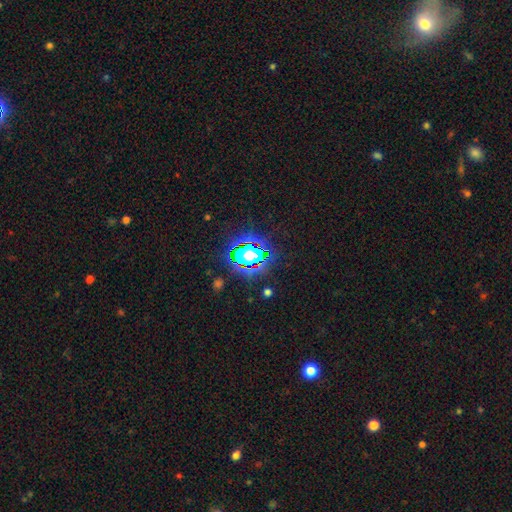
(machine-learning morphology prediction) Smooth or featured?
  - star or artifact: 81% *
  - smooth: 11%
  - featured or disk: 7%